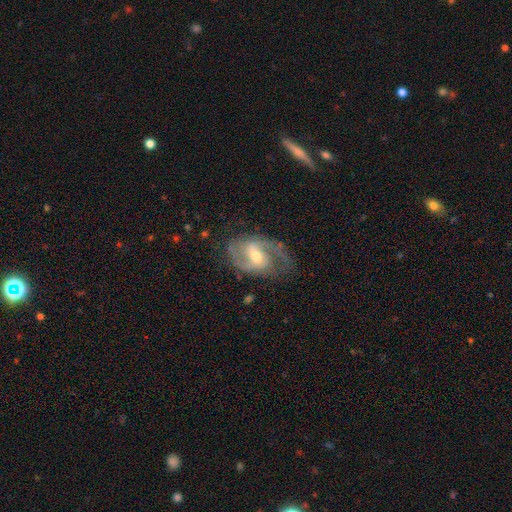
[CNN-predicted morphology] Smooth or featured? featured or disk (84%)
Edge-on disk? no (96%)
Bar? weak (50%)
Spiral arms? yes (93%)
Spiral winding? medium (53%)
Spiral arm count? 2 (84%)
Bulge size? moderate (60%)
Merging? none (67%)